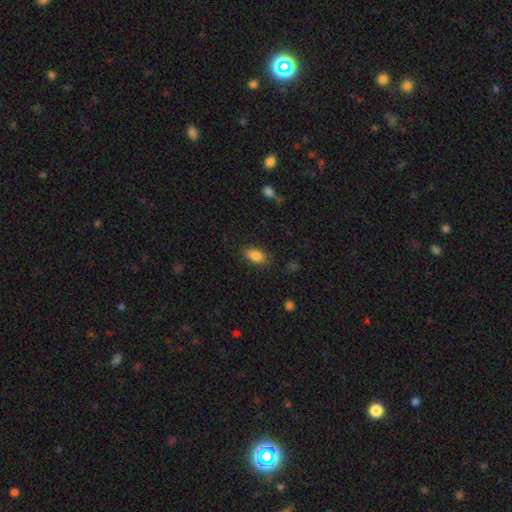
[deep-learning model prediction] smooth 85%, star or artifact 8%, featured or disk 6%. Down the decision tree: how rounded — in between (89%); merging — none (85%).